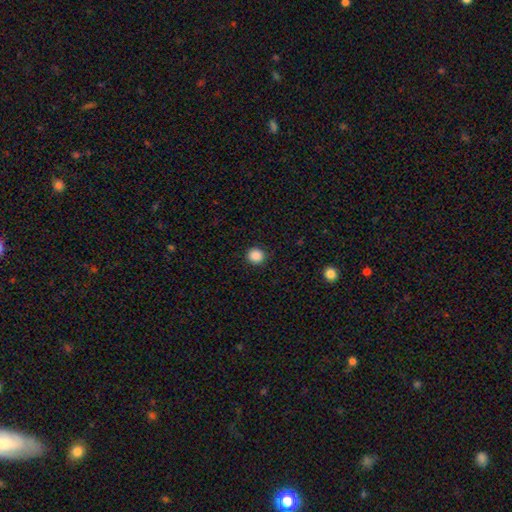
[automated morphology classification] smooth 88%, star or artifact 10%, featured or disk 2%. Down the decision tree: how rounded — round (91%); merging — none (91%).